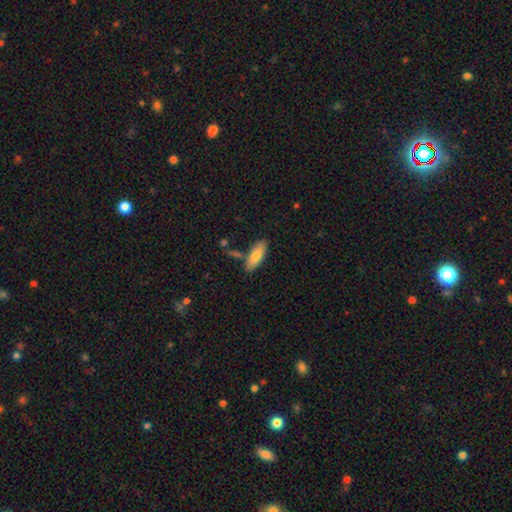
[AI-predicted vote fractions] smooth-or-featured: smooth: 78% | featured or disk: 15% | star or artifact: 6%
  how-rounded: in between: 65% | cigar-shaped: 32% | round: 2%
  merging: none: 76% | minor disturbance: 13% | merger: 8% | major disturbance: 3%